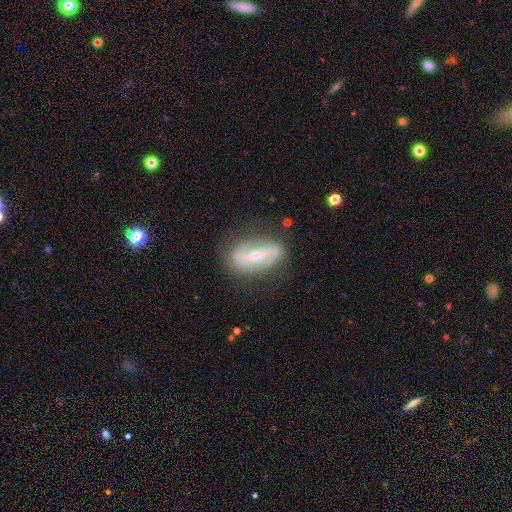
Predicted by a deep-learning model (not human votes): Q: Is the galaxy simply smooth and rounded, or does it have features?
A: featured or disk — 81%.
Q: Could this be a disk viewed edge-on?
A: no — 90%.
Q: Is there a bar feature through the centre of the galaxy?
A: strong — 64%.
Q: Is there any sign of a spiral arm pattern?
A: yes — 80%.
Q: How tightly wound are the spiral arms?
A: loose — 42%.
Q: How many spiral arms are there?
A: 2 — 83%.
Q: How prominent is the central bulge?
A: small — 60%.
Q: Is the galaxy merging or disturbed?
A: none — 73%.